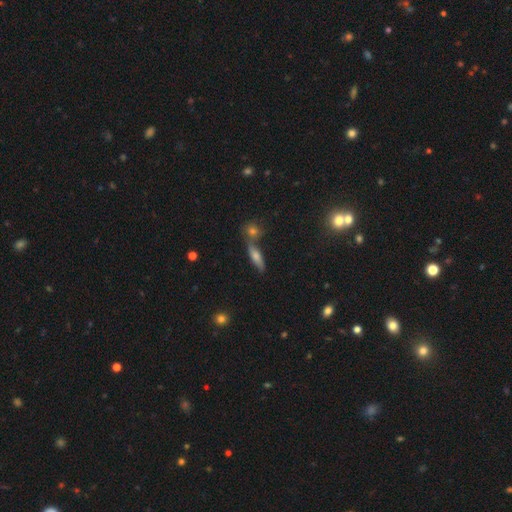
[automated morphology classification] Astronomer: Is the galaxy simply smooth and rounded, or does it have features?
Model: smooth — 45% (runner-up: featured or disk, 41%).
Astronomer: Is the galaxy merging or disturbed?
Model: none — 61%.